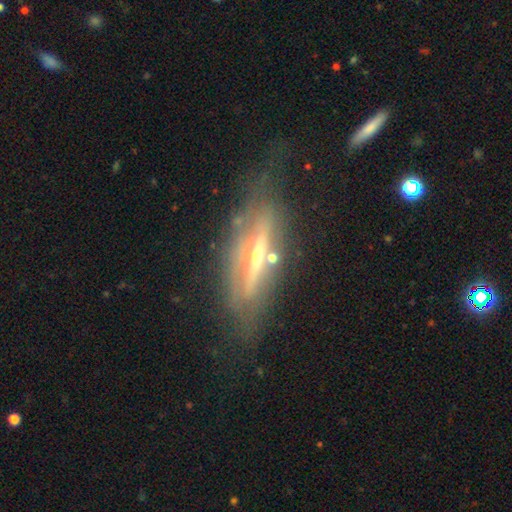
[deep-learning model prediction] featured or disk 76%, smooth 17%, star or artifact 7%. Down the decision tree: edge-on disk — yes (84%); edge-on bulge — rounded (83%); merging — none (63%).